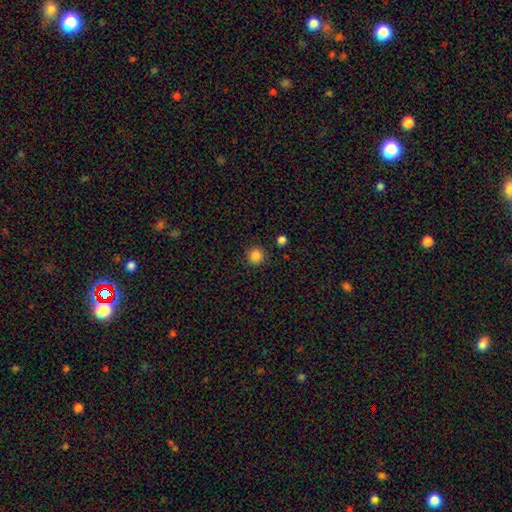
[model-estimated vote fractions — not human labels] This appears to be a smooth galaxy with no disk features (86%) that is round (95%). Merging: none (90%).